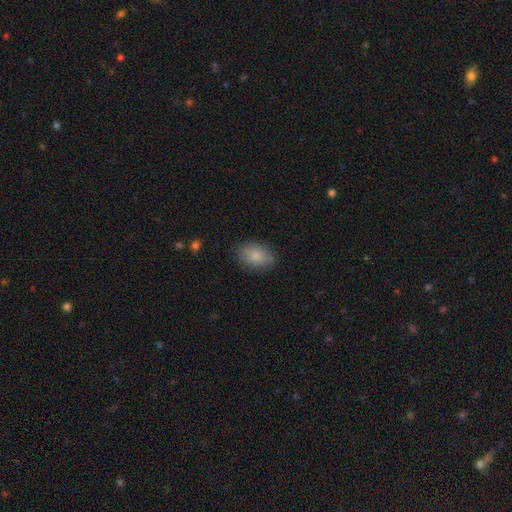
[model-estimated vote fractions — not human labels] Smooth or featured? smooth (86%)
How rounded? in between (84%)
Merging? none (84%)